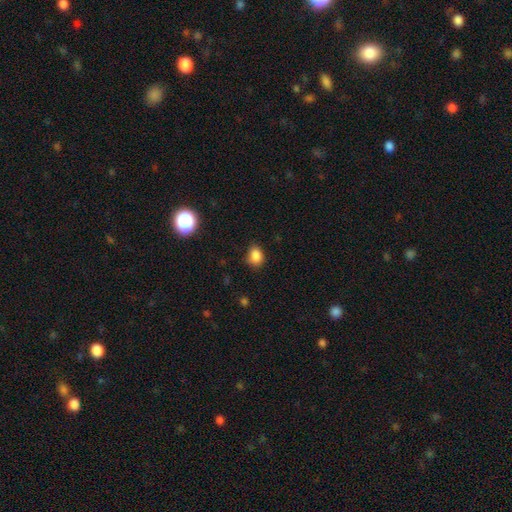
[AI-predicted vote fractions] This appears to be a smooth galaxy with no disk features (85%) that is in between round and cigar-shaped (54%). Merging: none (77%).